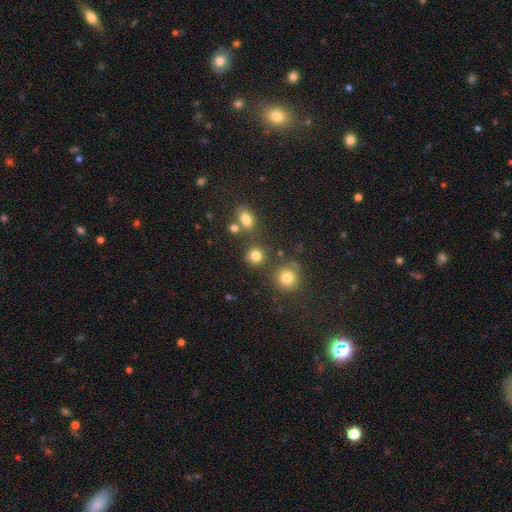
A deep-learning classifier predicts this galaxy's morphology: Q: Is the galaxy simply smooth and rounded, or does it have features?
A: smooth — 81%.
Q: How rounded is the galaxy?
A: round — 85%.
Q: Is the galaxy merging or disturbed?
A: none — 78%.